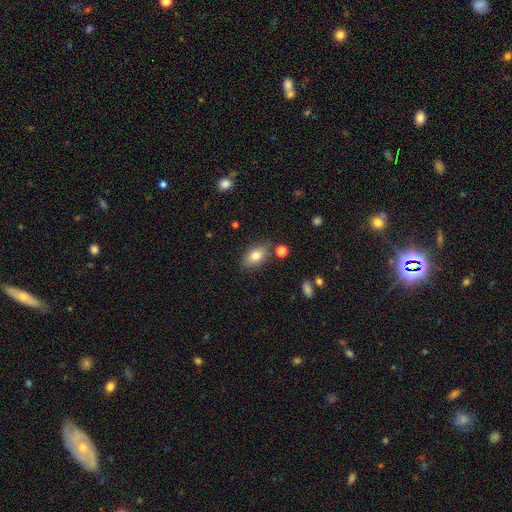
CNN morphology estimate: This appears to be a smooth galaxy with no disk features (78%) that is in between round and cigar-shaped (87%). Merging: none (78%).